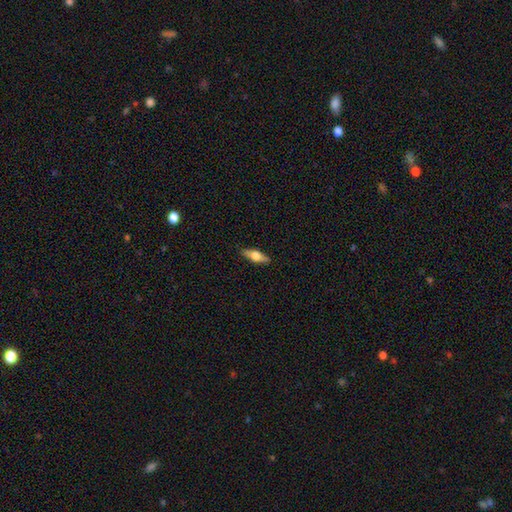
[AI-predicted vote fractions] Smooth or featured: smooth — 51% (featured or disk — 43%)
How rounded: in between — 60% (cigar-shaped — 36%)
Merging: none — 87% (minor disturbance — 10%)